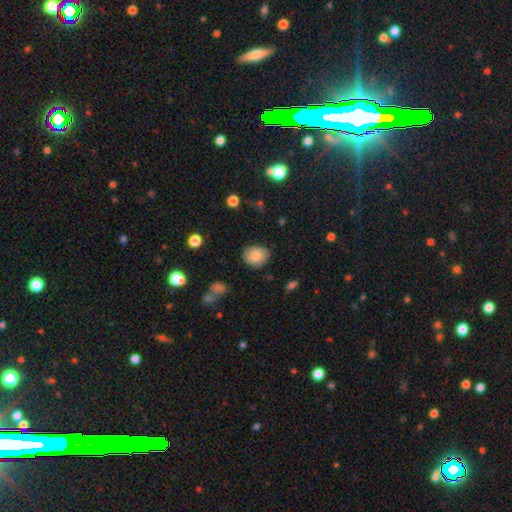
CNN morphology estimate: This appears to be a smooth galaxy with no disk features (77%) that is round (67%). Merging: none (78%).